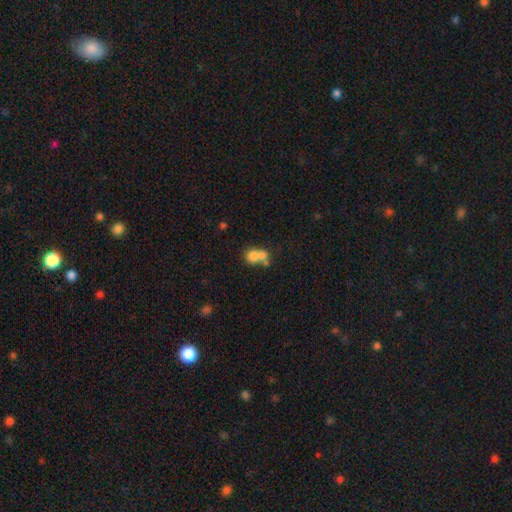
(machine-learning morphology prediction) A smooth galaxy with no disk features (71%) that is round (72%). Merging: merger (64%).